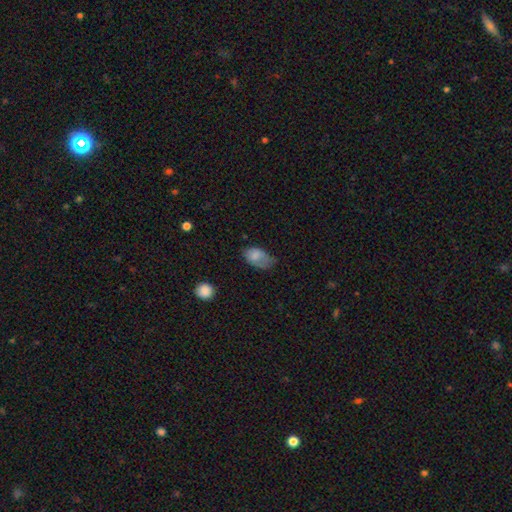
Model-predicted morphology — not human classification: A smooth galaxy with no disk features (76%) that is in between round and cigar-shaped (89%). Merging: minor disturbance (40%).